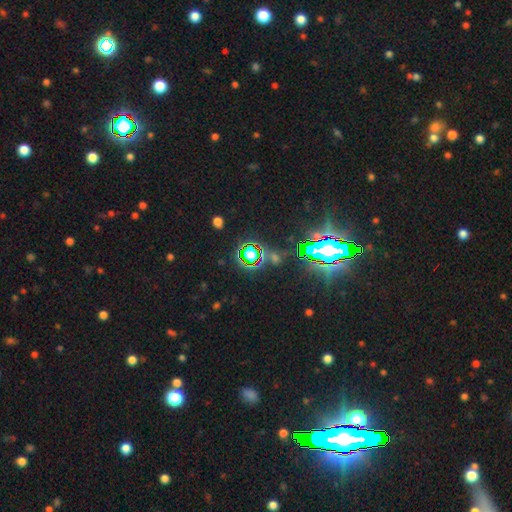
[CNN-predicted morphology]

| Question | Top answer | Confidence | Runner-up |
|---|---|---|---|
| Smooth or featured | star or artifact | 83% | smooth (9%) |